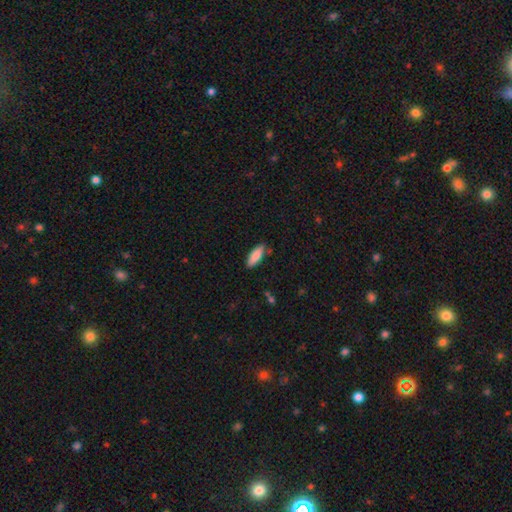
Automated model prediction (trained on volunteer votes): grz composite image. It shows a smooth galaxy with no disk features (85%) that is in between round and cigar-shaped (66%). Merging: none (82%).